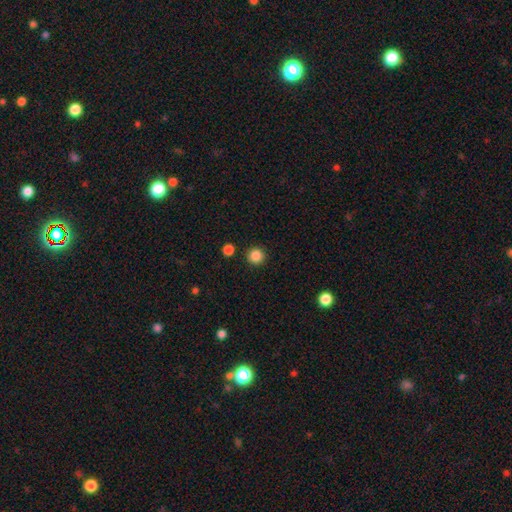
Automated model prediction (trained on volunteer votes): Overall: smooth (86%). How rounded: round (95%). Merging: none (91%).